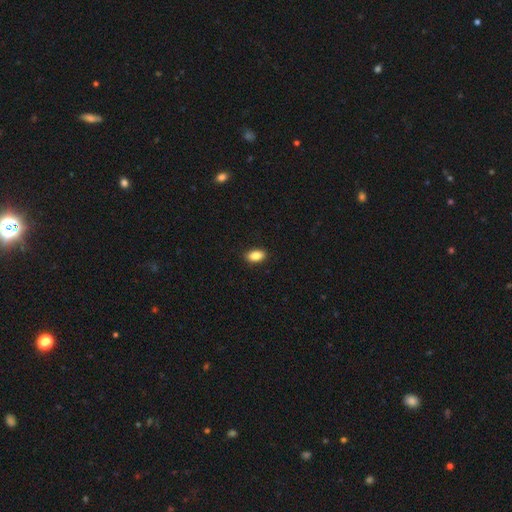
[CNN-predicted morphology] Overall: smooth (87%). How rounded: in between (91%). Merging: none (90%).